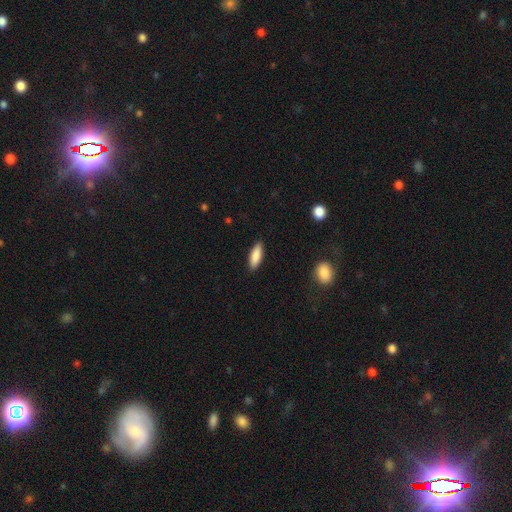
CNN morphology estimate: A smooth galaxy with no disk features (86%) that is in between round and cigar-shaped (60%).

Vote fractions:
- Smooth or featured? smooth: 86% / featured or disk: 8% / star or artifact: 6%
- How rounded? in between: 60% / cigar-shaped: 38% / round: 2%
- Merging? none: 88% / minor disturbance: 8% / major disturbance: 2% / merger: 1%